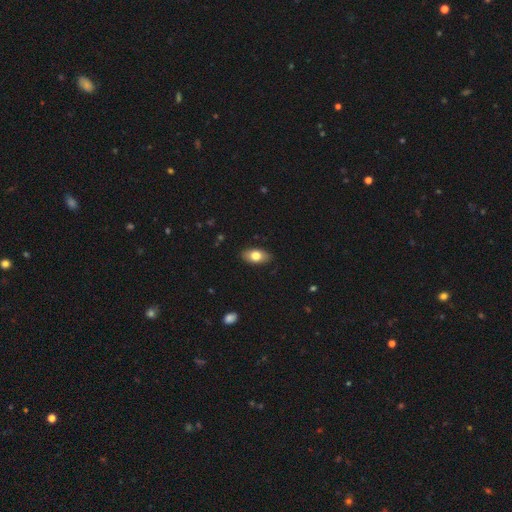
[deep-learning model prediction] smooth-or-featured: smooth: 77% | featured or disk: 16% | star or artifact: 7%
  how-rounded: in between: 91% | round: 5% | cigar-shaped: 4%
  merging: none: 87% | minor disturbance: 10% | major disturbance: 2% | merger: 1%